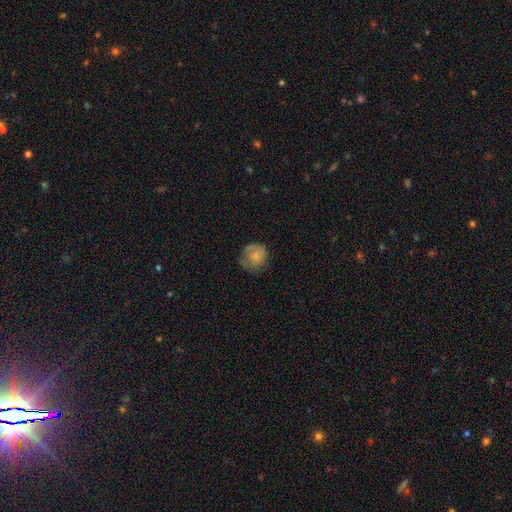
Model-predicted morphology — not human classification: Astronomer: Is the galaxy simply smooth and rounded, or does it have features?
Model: smooth — 72%.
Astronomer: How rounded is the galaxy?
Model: round — 82%.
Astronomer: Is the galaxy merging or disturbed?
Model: none — 57%.